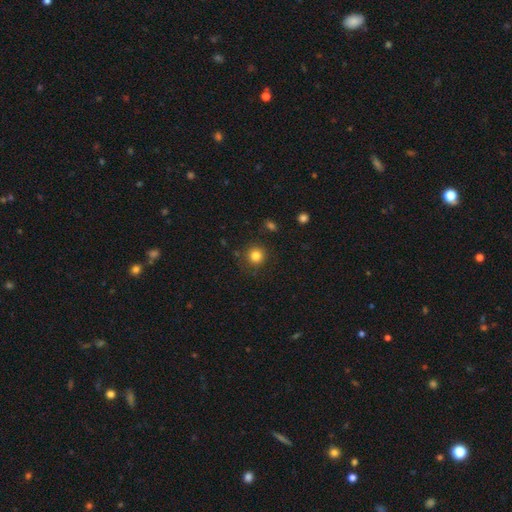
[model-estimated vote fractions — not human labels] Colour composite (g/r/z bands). It shows a smooth galaxy with no disk features (83%) that is round (93%). Merging: none (86%).